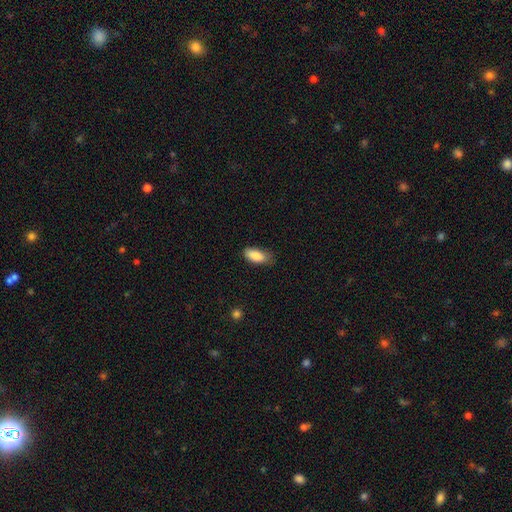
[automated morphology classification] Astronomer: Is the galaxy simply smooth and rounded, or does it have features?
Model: smooth — 87%.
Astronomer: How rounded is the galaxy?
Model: in between — 87%.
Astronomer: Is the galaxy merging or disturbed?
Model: none — 68%.